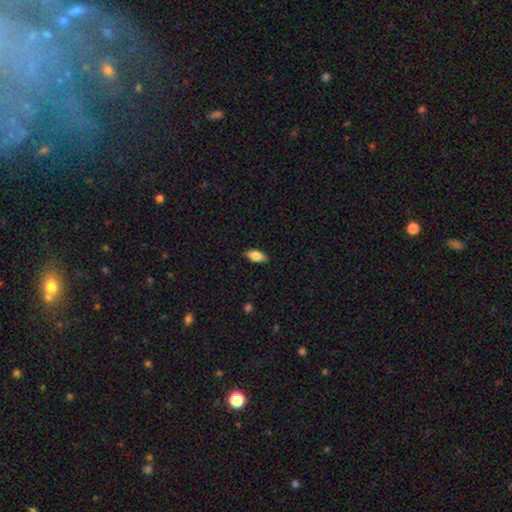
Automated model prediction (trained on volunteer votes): A smooth galaxy with no disk features (81%) that is in between round and cigar-shaped (86%).

Vote fractions:
- Smooth or featured? smooth: 81% / featured or disk: 12% / star or artifact: 7%
- How rounded? in between: 86% / cigar-shaped: 11% / round: 3%
- Merging? none: 86% / minor disturbance: 11% / major disturbance: 2% / merger: 1%